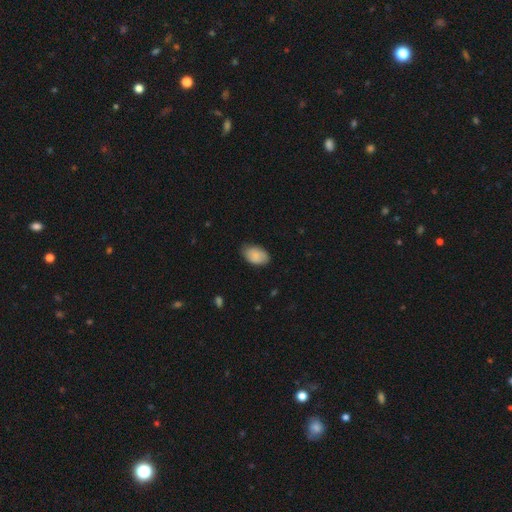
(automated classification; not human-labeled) The model was most divided on "merging": none: 77%, minor disturbance: 19%, major disturbance: 3%, merger: 1%. More confident: how rounded — in between (92%); smooth or featured — smooth (86%).